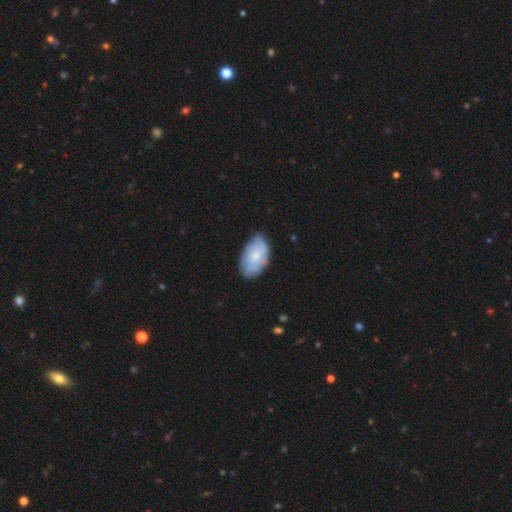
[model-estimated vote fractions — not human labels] smooth_or_featured: smooth (p=0.64) [alt: featured or disk p=0.30]
how_rounded: in between (p=0.94) [alt: round p=0.05]
merging: none (p=0.68) [alt: minor disturbance p=0.25]